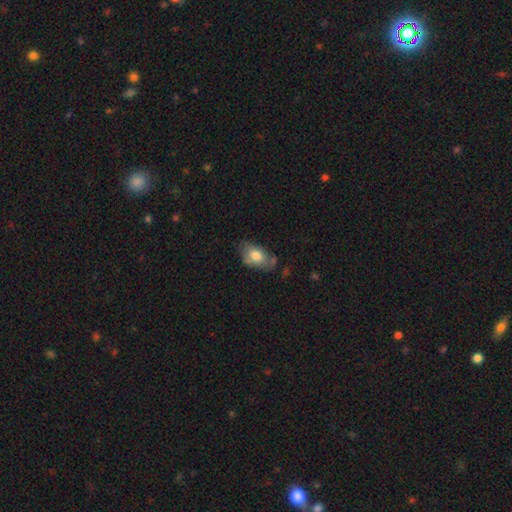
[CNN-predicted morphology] This appears to be a smooth galaxy with no disk features (73%) that is in between round and cigar-shaped (89%). Merging: none (51%).